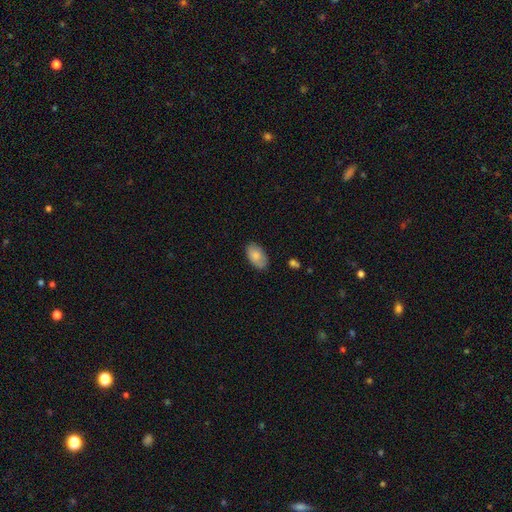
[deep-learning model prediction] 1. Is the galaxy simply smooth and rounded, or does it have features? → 80% smooth, 14% featured or disk, 6% star or artifact.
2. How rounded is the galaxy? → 94% in between, 5% round, 1% cigar-shaped.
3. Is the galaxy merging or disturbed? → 80% none, 16% minor disturbance, 3% major disturbance, 1% merger.